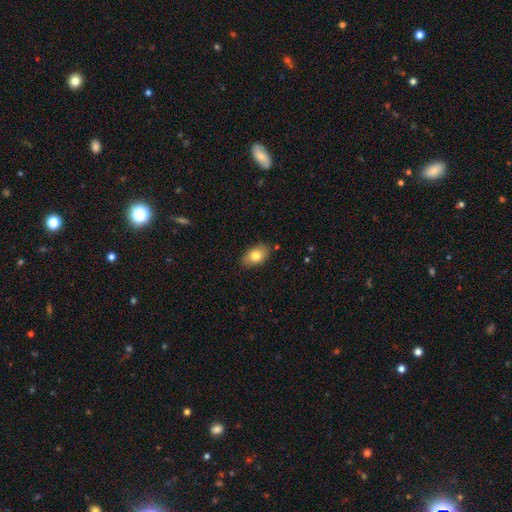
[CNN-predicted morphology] Smooth or featured?
  - smooth: 78% *
  - featured or disk: 14%
  - star or artifact: 7%
How rounded?
  - in between: 89% *
  - round: 10%
  - cigar-shaped: 2%
Merging?
  - none: 84% *
  - minor disturbance: 12%
  - major disturbance: 2%
  - merger: 2%